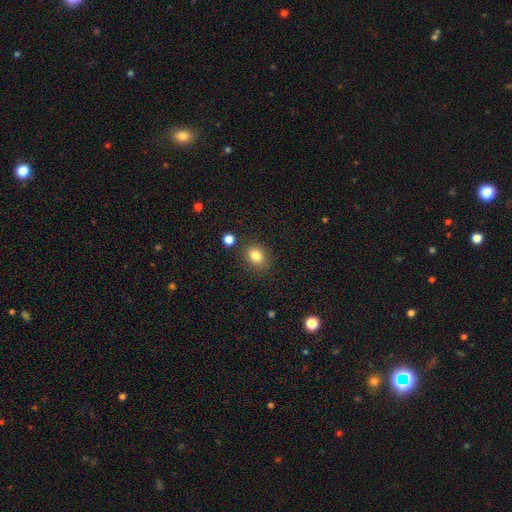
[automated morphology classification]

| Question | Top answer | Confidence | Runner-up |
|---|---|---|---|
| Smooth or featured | smooth | 83% | star or artifact (11%) |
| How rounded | in between | 50% | round (49%) |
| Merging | none | 82% | minor disturbance (11%) |